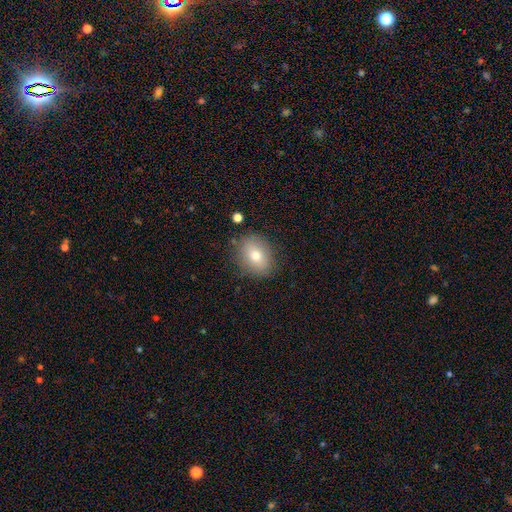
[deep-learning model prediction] This is likely a smooth galaxy (72%). How rounded: possibly in between (53%). Merging: clearly none (83%).